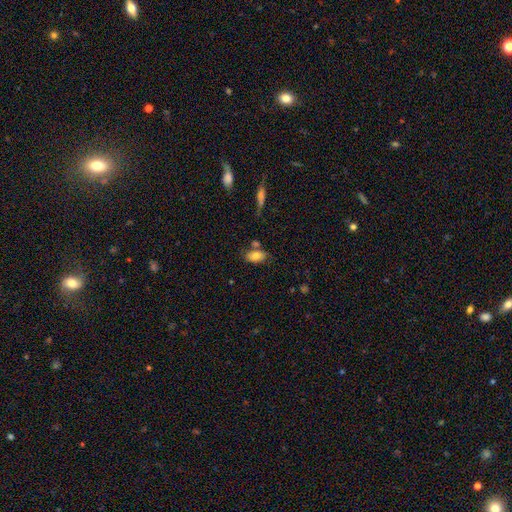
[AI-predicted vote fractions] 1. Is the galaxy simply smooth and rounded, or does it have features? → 79% smooth, 14% featured or disk, 8% star or artifact.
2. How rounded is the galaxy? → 91% in between, 5% round, 3% cigar-shaped.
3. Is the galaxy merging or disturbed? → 63% none, 17% minor disturbance, 15% merger, 5% major disturbance.